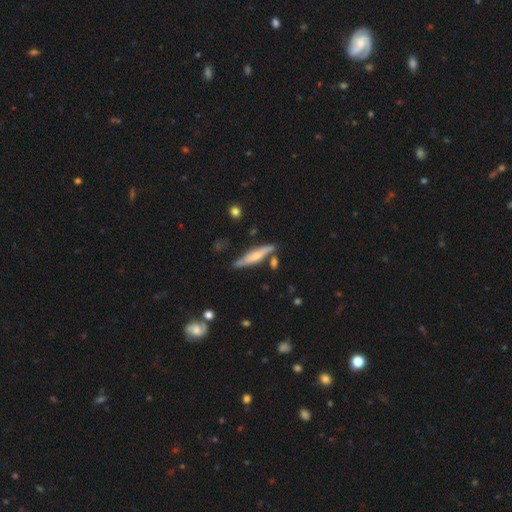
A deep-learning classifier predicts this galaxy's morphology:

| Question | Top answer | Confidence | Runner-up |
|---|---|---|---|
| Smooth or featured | featured or disk | 49% | smooth (45%) |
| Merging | none | 67% | minor disturbance (19%) |